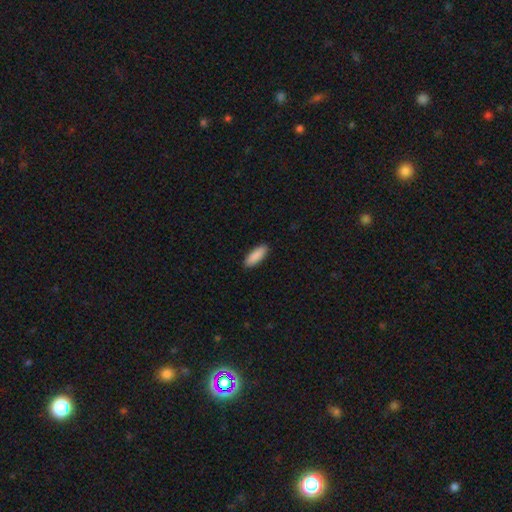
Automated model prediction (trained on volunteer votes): The model was most divided on "how rounded": in between: 66%, cigar-shaped: 33%, round: 2%. More confident: merging — none (90%); smooth or featured — smooth (90%).